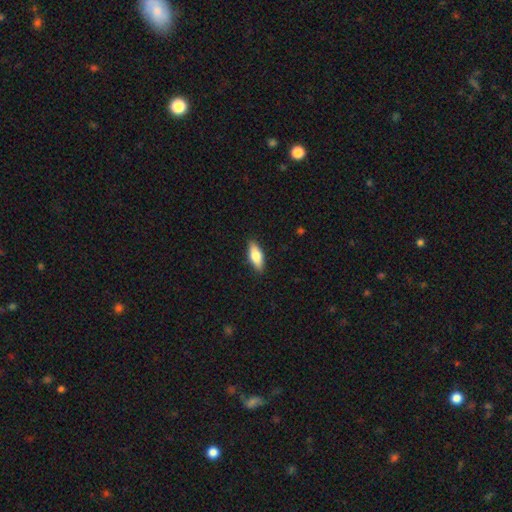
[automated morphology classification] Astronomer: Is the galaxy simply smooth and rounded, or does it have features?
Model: smooth — 76%.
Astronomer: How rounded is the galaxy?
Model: in between — 74%.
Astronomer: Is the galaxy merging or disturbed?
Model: none — 89%.